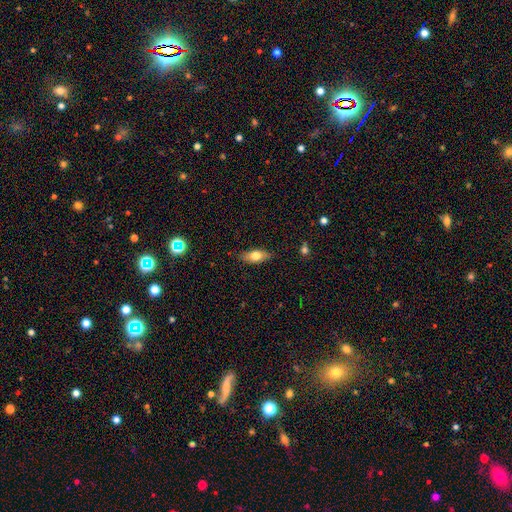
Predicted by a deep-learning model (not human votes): This is likely a smooth galaxy (71%). How rounded: clearly in between (81%). Merging: clearly none (84%).